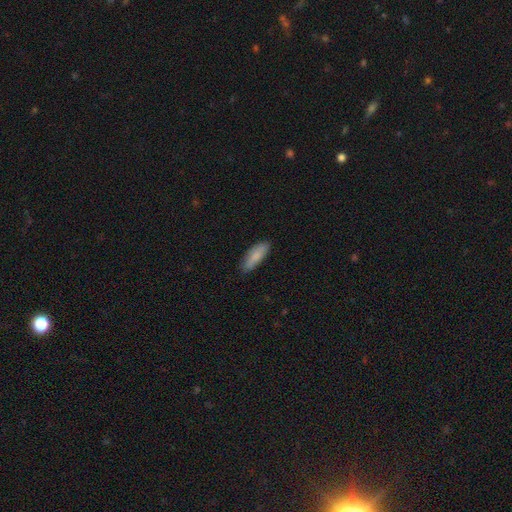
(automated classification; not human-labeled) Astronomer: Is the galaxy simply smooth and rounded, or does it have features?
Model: smooth — 83%.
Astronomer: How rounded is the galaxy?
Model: in between — 58% (runner-up: cigar-shaped, 40%).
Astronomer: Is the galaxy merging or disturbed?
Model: none — 83%.